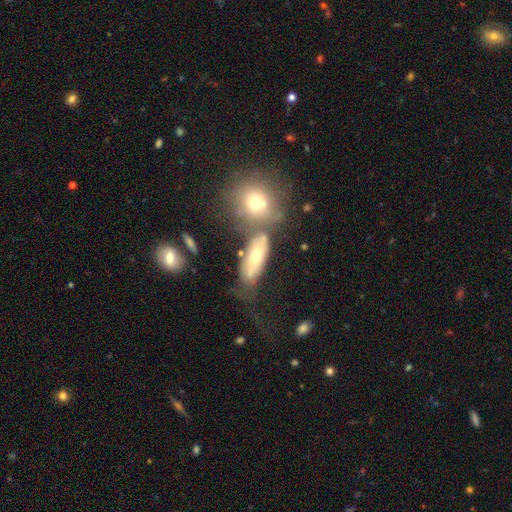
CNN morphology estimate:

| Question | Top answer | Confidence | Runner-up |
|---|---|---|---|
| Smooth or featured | smooth | 48% | featured or disk (41%) |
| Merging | none | 37% | merger (29%) |